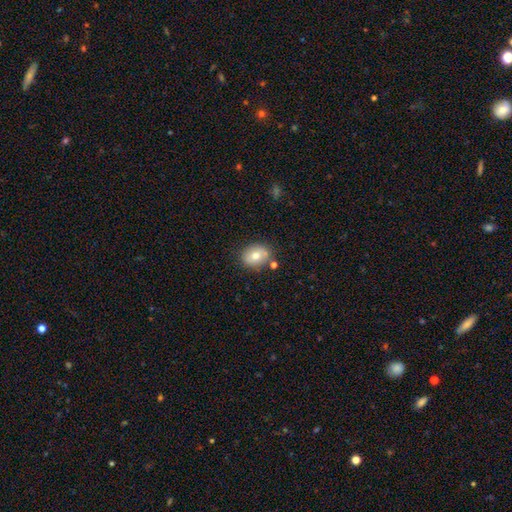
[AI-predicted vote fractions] smooth 72%, featured or disk 19%, star or artifact 9%. Down the decision tree: how rounded — in between (57%); merging — none (78%).